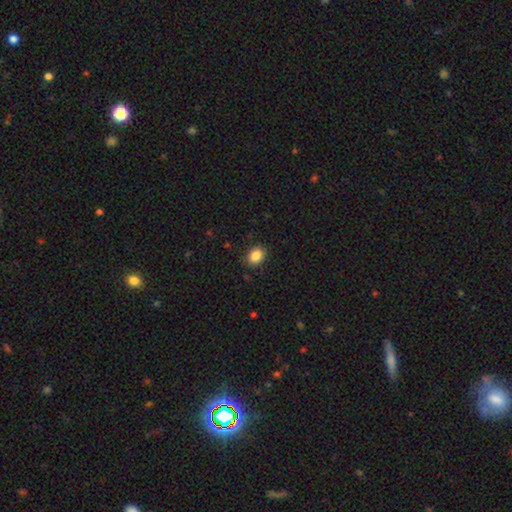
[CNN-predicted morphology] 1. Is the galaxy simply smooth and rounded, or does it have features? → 87% smooth, 9% star or artifact, 4% featured or disk.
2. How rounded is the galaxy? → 58% in between, 41% round, 1% cigar-shaped.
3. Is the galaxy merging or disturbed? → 88% none, 9% minor disturbance, 2% major disturbance, 1% merger.